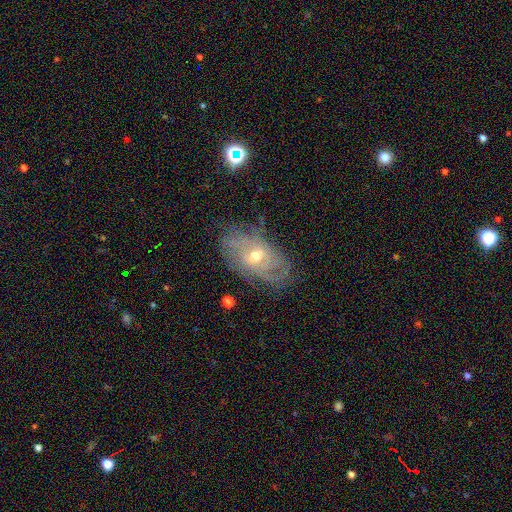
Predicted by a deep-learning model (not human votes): Smooth or featured?
  - featured or disk: 76% *
  - star or artifact: 12%
  - smooth: 12%
Edge-on disk?
  - no: 93% *
  - yes: 7%
Bar?
  - no: 58% *
  - weak: 32%
  - strong: 9%
Spiral arms?
  - yes: 91% *
  - no: 9%
Spiral winding?
  - tight: 63% *
  - medium: 27%
  - loose: 10%
Spiral arm count?
  - can't tell: 45% *
  - 2: 19%
  - 3: 15%
  - 4: 9%
  - more than 4: 6%
  - 1: 6%
Bulge size?
  - moderate: 55% *
  - small: 42%
  - large: 2%
  - none: 1%
  - dominant: 1%
Merging?
  - none: 77% *
  - minor disturbance: 16%
  - major disturbance: 5%
  - merger: 1%